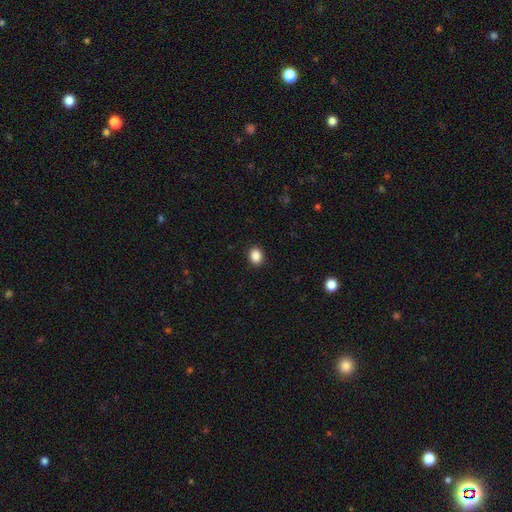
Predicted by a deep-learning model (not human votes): The model was most divided on "how rounded": round: 56%, in between: 43%, cigar-shaped: 1%. More confident: merging — none (91%); smooth or featured — smooth (88%).